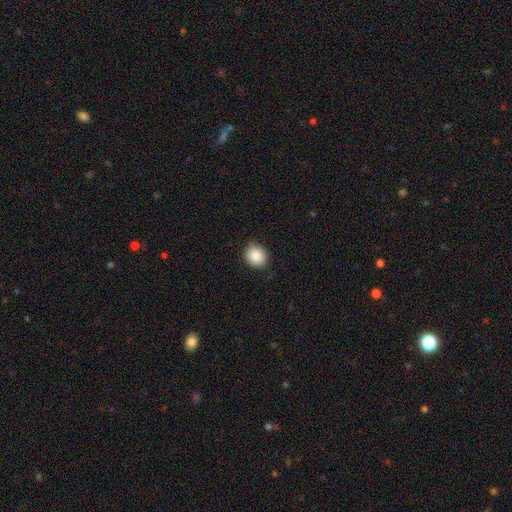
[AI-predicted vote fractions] smooth 86%, star or artifact 8%, featured or disk 5%. Down the decision tree: how rounded — round (66%); merging — none (86%).